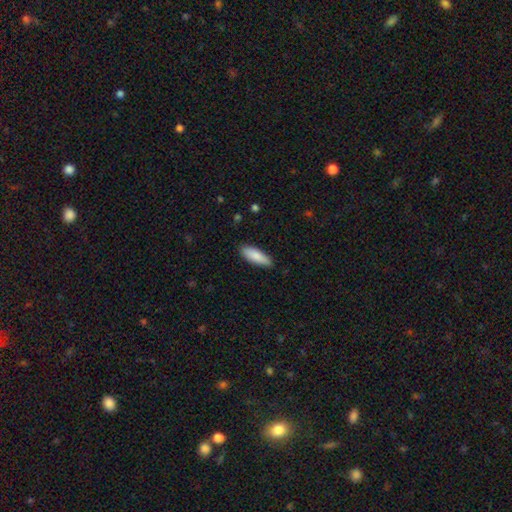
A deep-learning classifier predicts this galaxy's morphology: This appears to be a smooth galaxy with no disk features (85%) that is in between round and cigar-shaped (61%). Merging: none (87%).